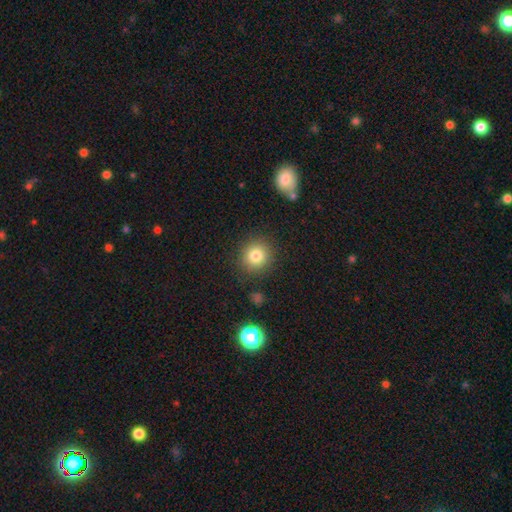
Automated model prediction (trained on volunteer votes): Morphology: type=smooth (81%); roundness=round (91%); merging=none (88%).